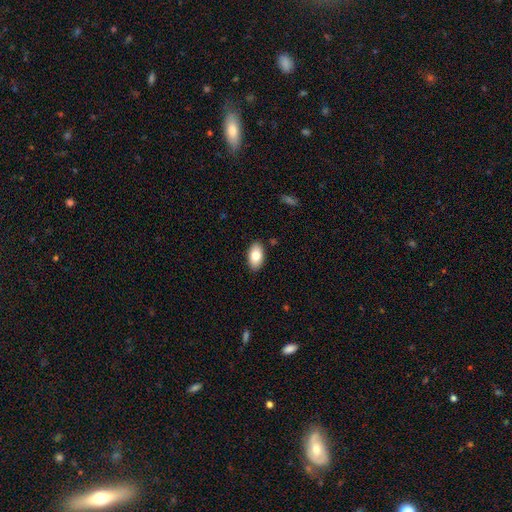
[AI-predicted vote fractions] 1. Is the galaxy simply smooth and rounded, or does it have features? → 80% smooth, 13% featured or disk, 7% star or artifact.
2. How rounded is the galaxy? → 94% in between, 4% round, 2% cigar-shaped.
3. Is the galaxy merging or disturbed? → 88% none, 9% minor disturbance, 2% major disturbance, 1% merger.